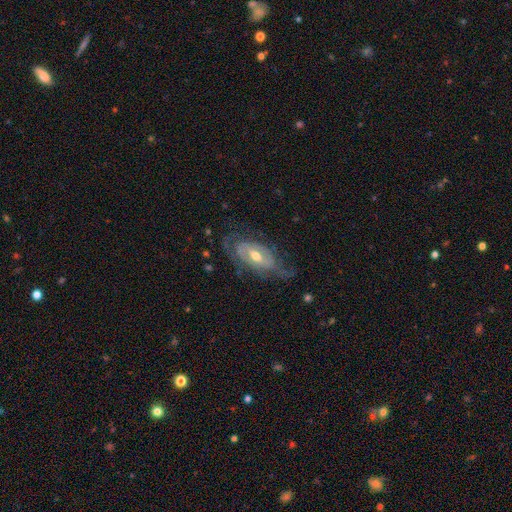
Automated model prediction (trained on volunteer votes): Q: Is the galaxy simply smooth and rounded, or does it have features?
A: featured or disk — 83%.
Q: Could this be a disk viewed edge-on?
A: no — 92%.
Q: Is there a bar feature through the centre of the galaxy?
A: no — 41%, tied with weak.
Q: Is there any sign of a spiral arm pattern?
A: yes — 88%.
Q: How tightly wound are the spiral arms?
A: tight — 48%.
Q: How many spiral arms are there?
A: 2 — 51%.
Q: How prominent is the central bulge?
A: moderate — 65%.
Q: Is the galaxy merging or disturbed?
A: none — 64%.